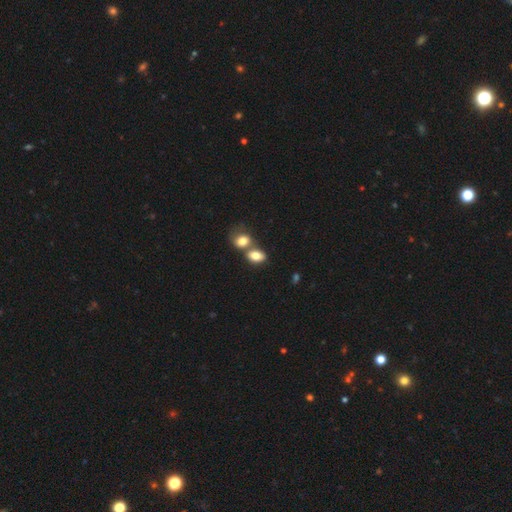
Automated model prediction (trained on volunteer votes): Smooth or featured: smooth — 80% (featured or disk — 11%)
How rounded: in between — 79% (round — 19%)
Merging: merger — 58% (none — 29%)